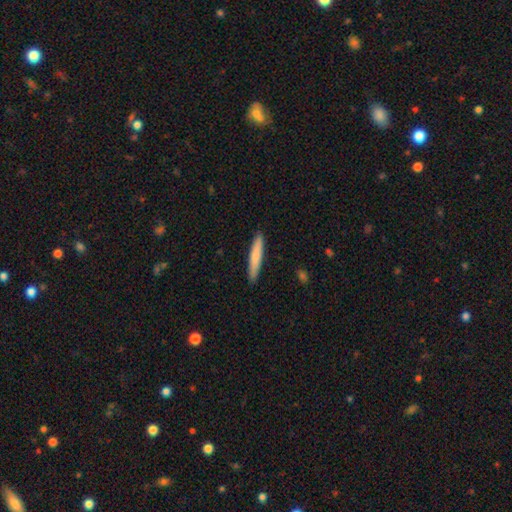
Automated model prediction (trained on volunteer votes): Q: Smooth or featured?
A: smooth (74%); runner-up: featured or disk (21%)
Q: How rounded?
A: cigar-shaped (93%); runner-up: in between (6%)
Q: Merging?
A: none (91%); runner-up: minor disturbance (7%)